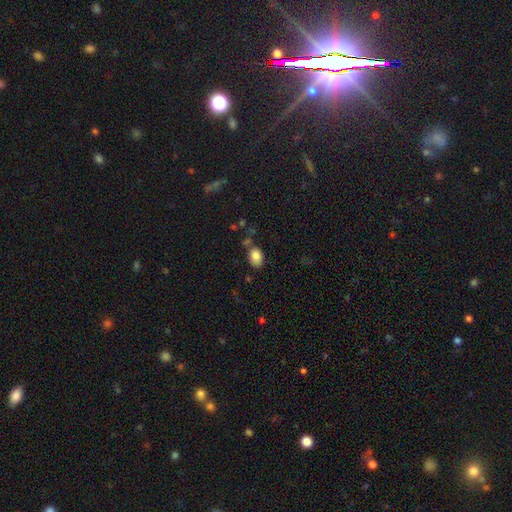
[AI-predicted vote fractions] smooth-or-featured: smooth: 83% | star or artifact: 9% | featured or disk: 8%
  how-rounded: in between: 77% | round: 22% | cigar-shaped: 1%
  merging: none: 69% | minor disturbance: 18% | merger: 9% | major disturbance: 5%